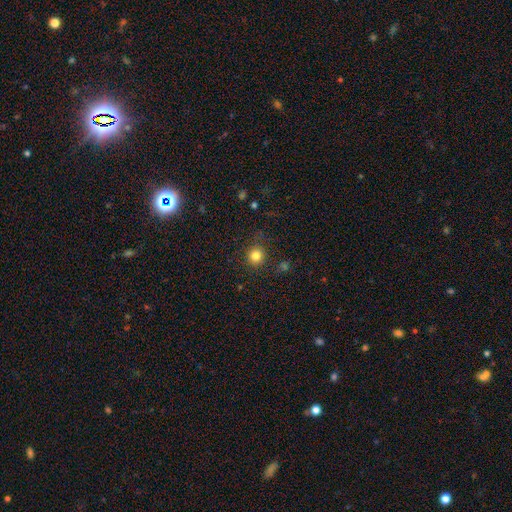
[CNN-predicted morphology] Smooth or featured: smooth — 82% (star or artifact — 13%)
How rounded: round — 92% (in between — 7%)
Merging: none — 86% (minor disturbance — 9%)